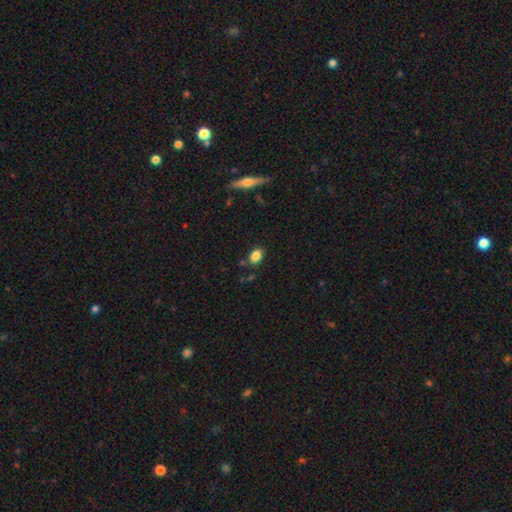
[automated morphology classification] Smooth or featured? smooth (84%)
How rounded? in between (79%)
Merging? none (80%)